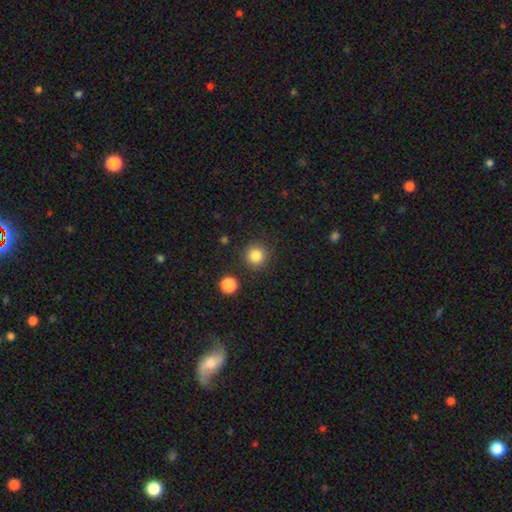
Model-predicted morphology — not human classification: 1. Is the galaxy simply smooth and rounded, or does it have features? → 84% smooth, 11% star or artifact, 5% featured or disk.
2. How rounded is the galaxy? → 94% round, 5% in between, 1% cigar-shaped.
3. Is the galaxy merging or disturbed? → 88% none, 7% minor disturbance, 3% merger, 3% major disturbance.